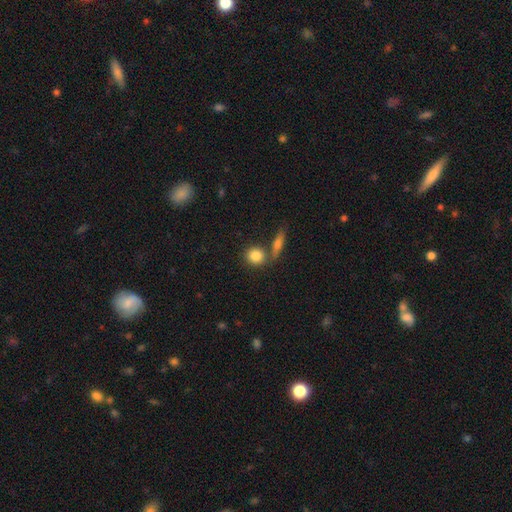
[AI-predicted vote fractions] The model was most divided on "merging": none: 66%, merger: 21%, minor disturbance: 10%, major disturbance: 3%. More confident: smooth or featured — smooth (83%); how rounded — round (77%).